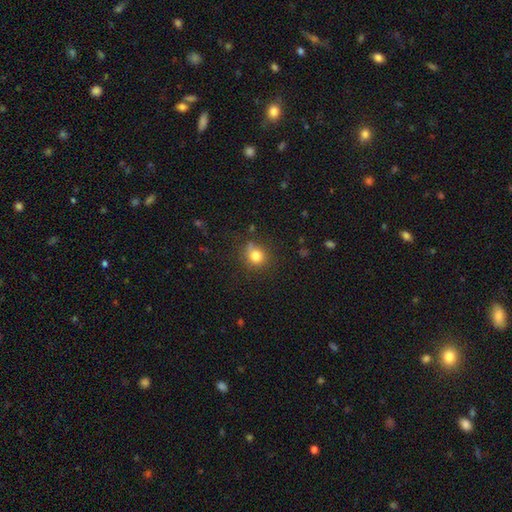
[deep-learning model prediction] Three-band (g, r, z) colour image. It shows a smooth galaxy with no disk features (80%) that is round (83%). Merging: none (72%).